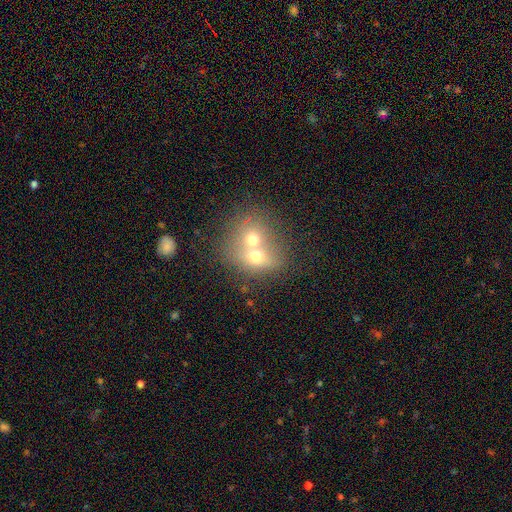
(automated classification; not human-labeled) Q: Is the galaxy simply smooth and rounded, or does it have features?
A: smooth — 62%.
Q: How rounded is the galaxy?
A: round — 69%.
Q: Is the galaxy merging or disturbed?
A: merger — 70%.